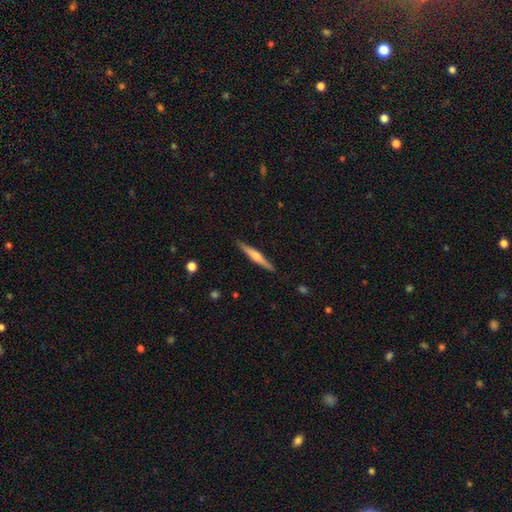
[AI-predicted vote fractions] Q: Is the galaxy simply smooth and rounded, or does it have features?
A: featured or disk — 62%.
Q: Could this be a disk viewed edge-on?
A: yes — 98%.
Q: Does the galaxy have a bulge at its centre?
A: rounded — 79%.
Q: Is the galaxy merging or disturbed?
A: none — 90%.